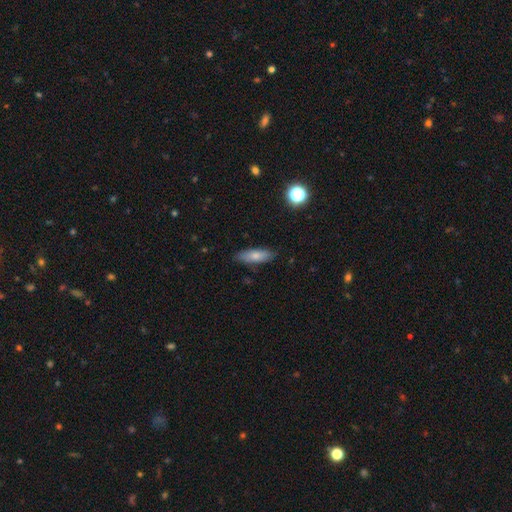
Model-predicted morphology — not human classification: Smooth or featured? Predicted: smooth (p=0.73). How rounded? Predicted: in between (p=0.56). Merging? Predicted: none (p=0.83).